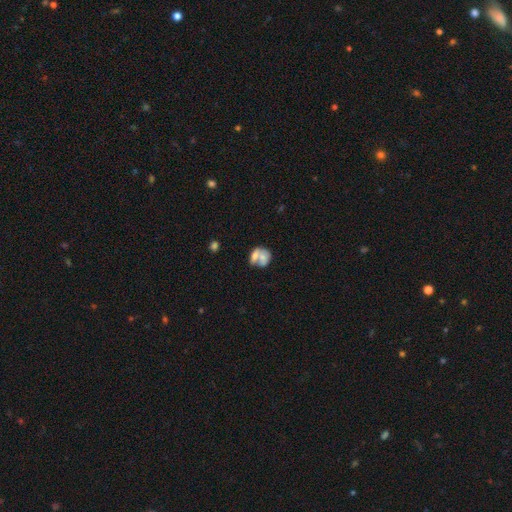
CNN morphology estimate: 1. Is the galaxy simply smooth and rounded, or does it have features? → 54% smooth, 38% featured or disk, 8% star or artifact.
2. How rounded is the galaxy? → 53% round, 46% in between, 1% cigar-shaped.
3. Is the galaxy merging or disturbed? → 59% merger, 21% none, 10% minor disturbance, 9% major disturbance.